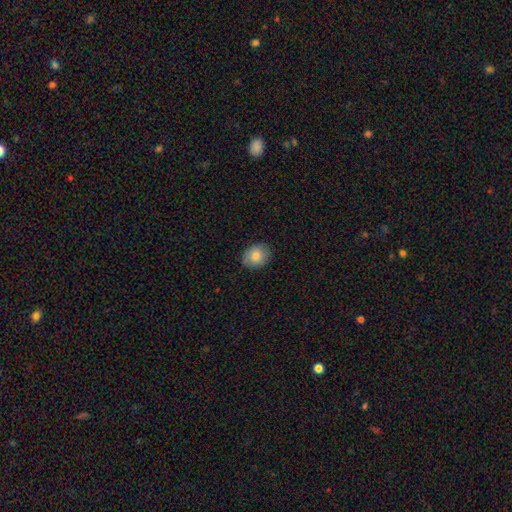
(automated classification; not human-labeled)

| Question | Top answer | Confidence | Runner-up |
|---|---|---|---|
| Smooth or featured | smooth | 82% | featured or disk (10%) |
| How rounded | round | 56% | in between (43%) |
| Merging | none | 86% | minor disturbance (11%) |